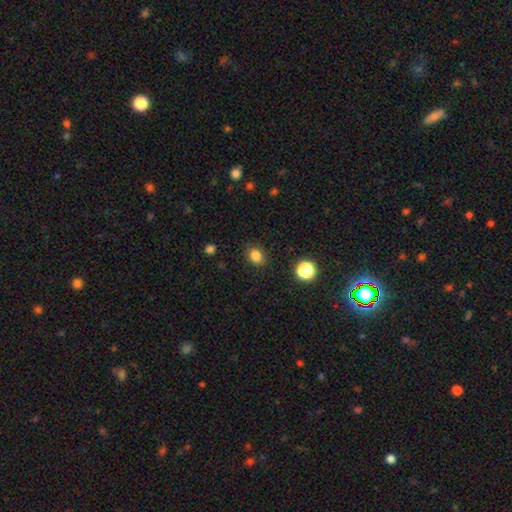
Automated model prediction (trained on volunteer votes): A smooth galaxy with no disk features (83%) that is round (66%). Merging: none (86%).